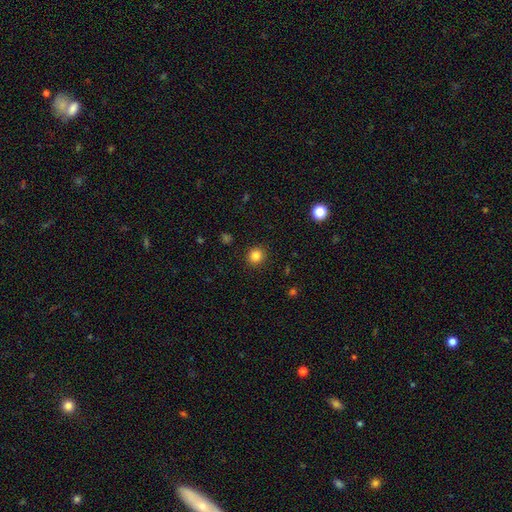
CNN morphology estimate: A smooth galaxy with no disk features (84%) that is round (88%).

Vote fractions:
- Smooth or featured? smooth: 84% / star or artifact: 12% / featured or disk: 5%
- How rounded? round: 88% / in between: 11% / cigar-shaped: 1%
- Merging? none: 91% / minor disturbance: 6% / major disturbance: 2% / merger: 1%